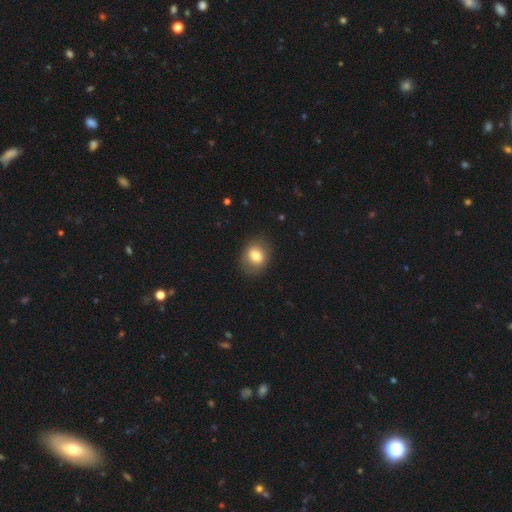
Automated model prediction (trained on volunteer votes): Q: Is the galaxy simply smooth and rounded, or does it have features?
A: smooth — 79%.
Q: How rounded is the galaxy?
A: round — 50%.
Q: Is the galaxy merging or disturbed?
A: none — 82%.